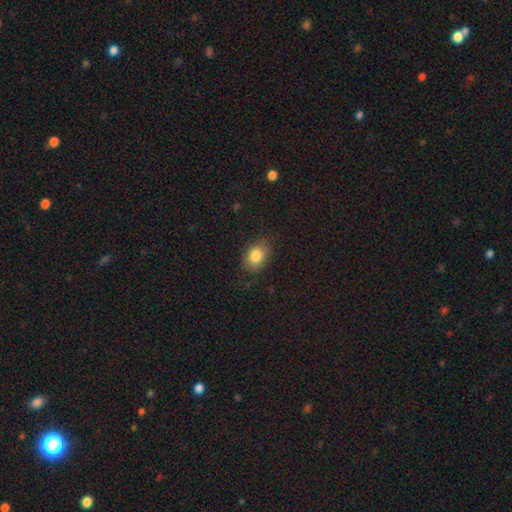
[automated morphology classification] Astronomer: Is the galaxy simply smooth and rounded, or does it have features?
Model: smooth — 84%.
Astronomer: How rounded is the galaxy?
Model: in between — 69%.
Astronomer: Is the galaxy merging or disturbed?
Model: none — 78%.